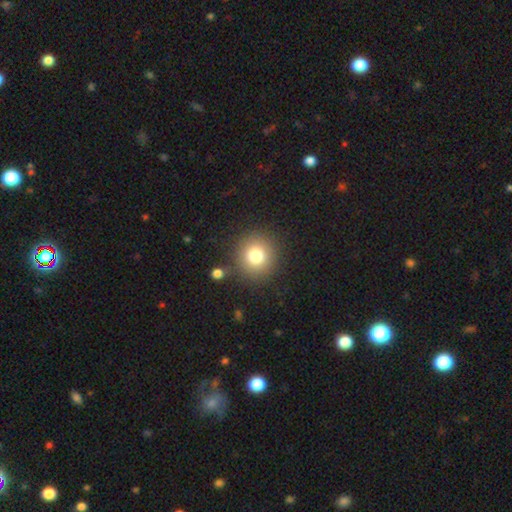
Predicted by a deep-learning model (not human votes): A smooth galaxy with no disk features (79%) that is round (93%). Merging: none (84%).